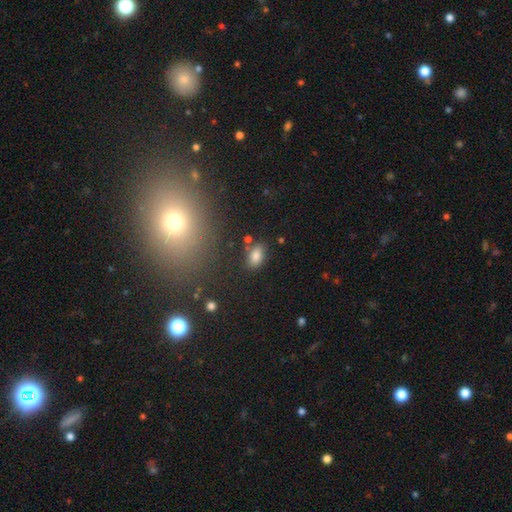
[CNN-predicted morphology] Smooth or featured? Predicted: smooth (p=0.82). How rounded? Predicted: in between (p=0.89). Merging? Predicted: none (p=0.77).